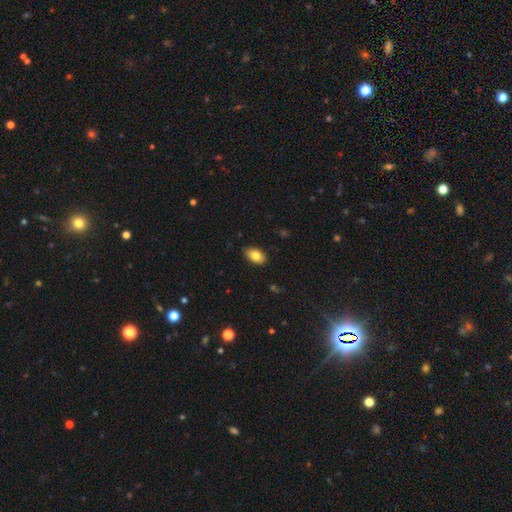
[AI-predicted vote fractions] This is clearly a smooth galaxy (81%). How rounded: clearly in between (91%). Merging: clearly none (86%).